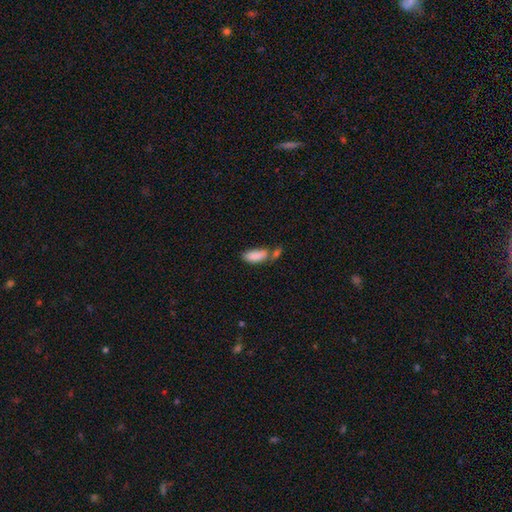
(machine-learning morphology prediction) A smooth galaxy with no disk features (86%) that is in between round and cigar-shaped (82%). Merging: merger (40%).